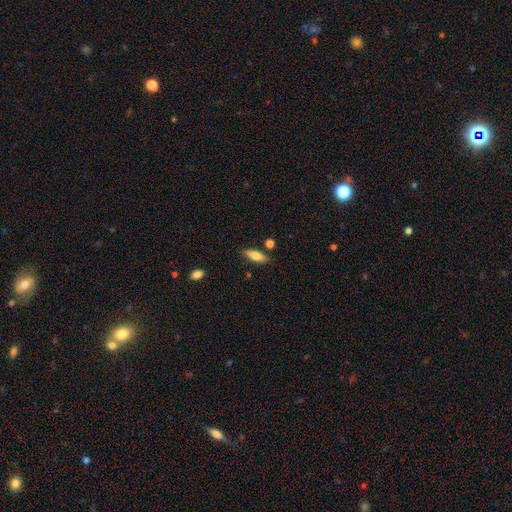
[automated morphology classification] smooth 72%, featured or disk 21%, star or artifact 7%. Down the decision tree: how rounded — in between (62%); merging — none (81%).